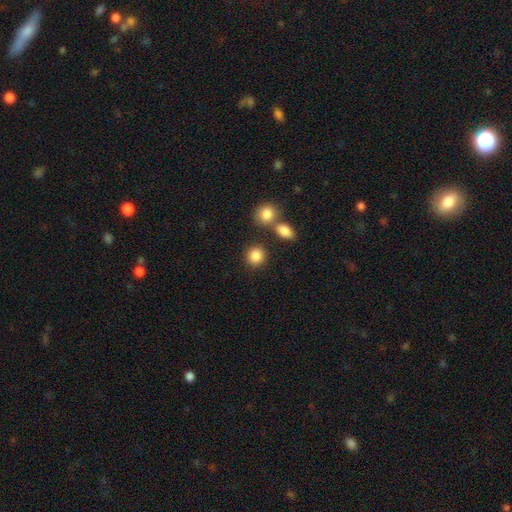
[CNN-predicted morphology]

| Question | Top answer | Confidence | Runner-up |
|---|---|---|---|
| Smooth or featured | smooth | 86% | star or artifact (9%) |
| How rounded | round | 84% | in between (15%) |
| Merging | none | 77% | merger (11%) |